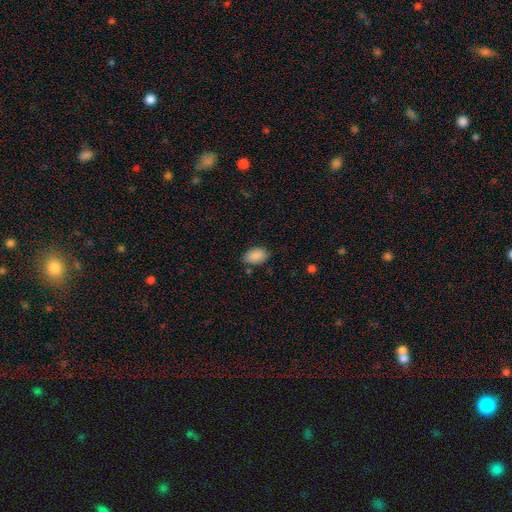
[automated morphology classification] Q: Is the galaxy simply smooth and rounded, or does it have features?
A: smooth — 89%.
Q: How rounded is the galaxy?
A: in between — 91%.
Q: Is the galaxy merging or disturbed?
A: none — 77%.